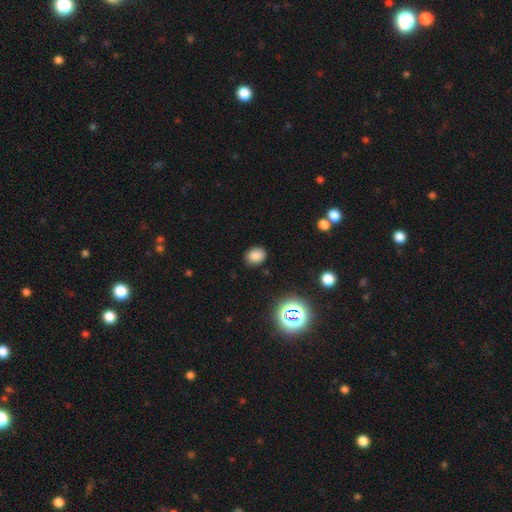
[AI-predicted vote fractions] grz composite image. It shows a smooth galaxy with no disk features (79%) that is in between round and cigar-shaped (57%). Merging: none (86%).